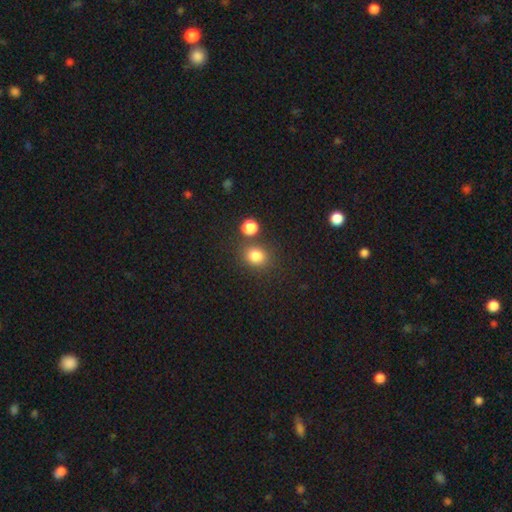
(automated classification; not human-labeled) Smooth or featured: smooth — 81% (star or artifact — 13%)
How rounded: round — 68% (in between — 31%)
Merging: none — 73% (merger — 13%)